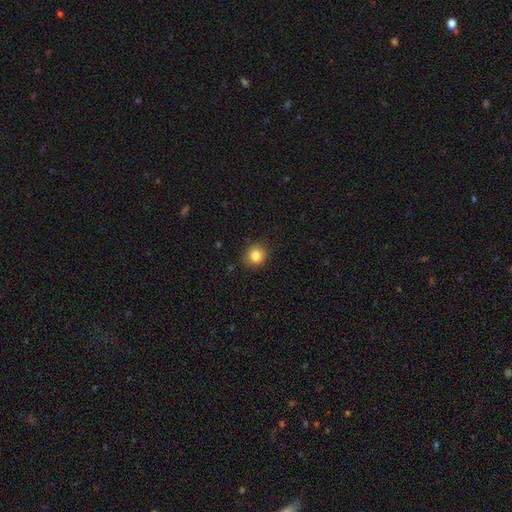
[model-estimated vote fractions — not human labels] smooth 83%, star or artifact 10%, featured or disk 7%. Down the decision tree: how rounded — round (84%); merging — none (87%).